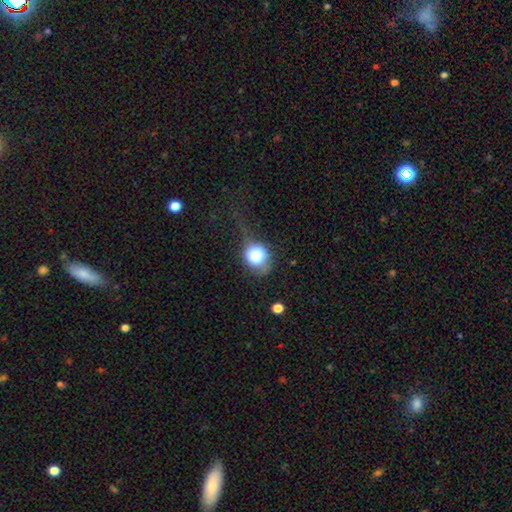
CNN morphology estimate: Q: Smooth or featured?
A: smooth (79%); runner-up: featured or disk (13%)
Q: How rounded?
A: round (74%); runner-up: in between (25%)
Q: Merging?
A: none (35%); runner-up: minor disturbance (33%)